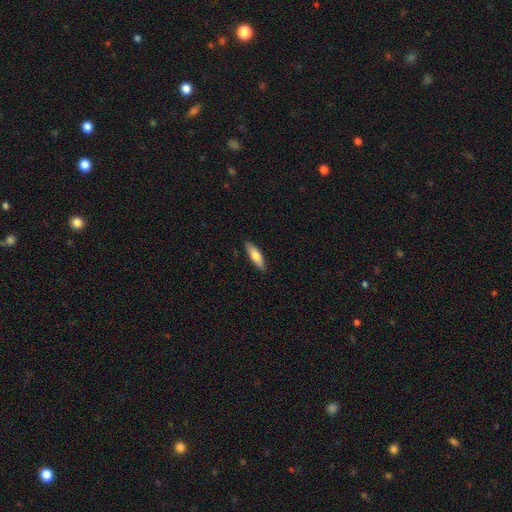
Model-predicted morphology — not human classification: This appears to be a smooth galaxy with no disk features (72%) that is cigar-shaped (53%). Merging: none (88%).